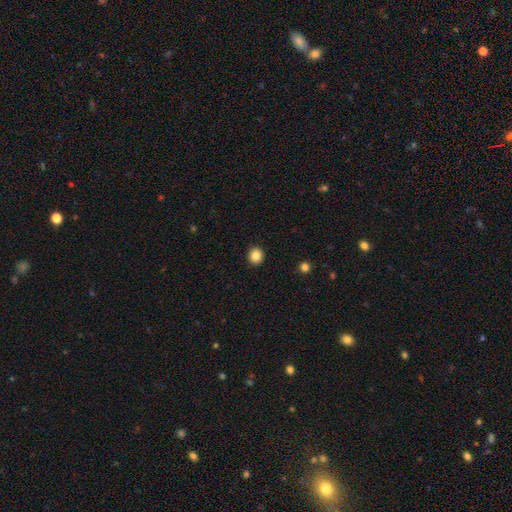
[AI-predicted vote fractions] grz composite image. It shows a smooth galaxy with no disk features (85%) that is round (89%). Merging: none (93%).